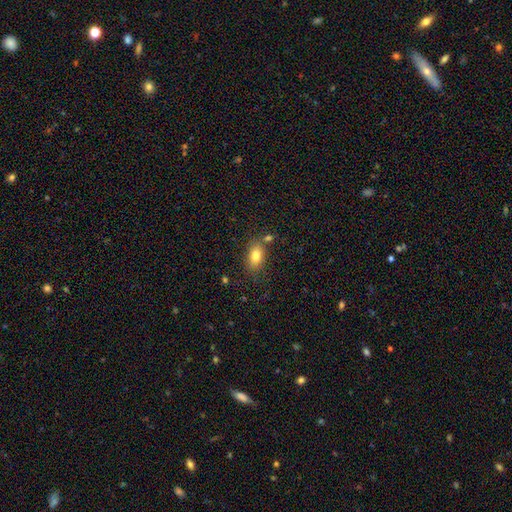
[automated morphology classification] Overall: smooth (81%). How rounded: in between (86%). Merging: none (74%).